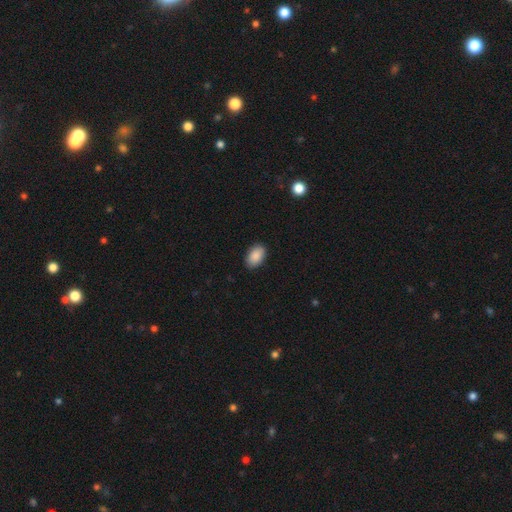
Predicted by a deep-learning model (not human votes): Morphology: type=smooth (89%); roundness=in between (91%); merging=none (87%).